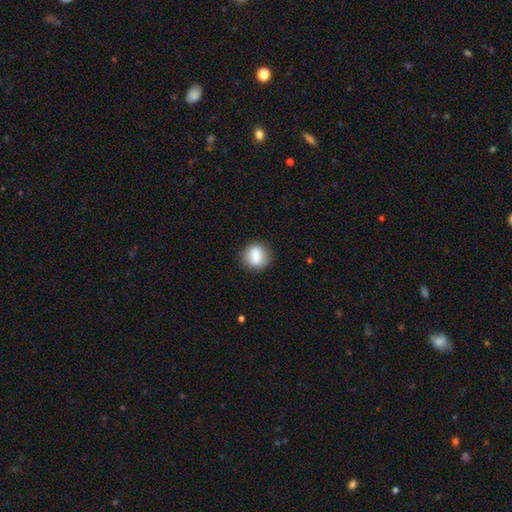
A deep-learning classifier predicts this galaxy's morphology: Smooth or featured: smooth — 77% (featured or disk — 15%)
How rounded: round — 68% (in between — 29%)
Merging: none — 83% (minor disturbance — 11%)